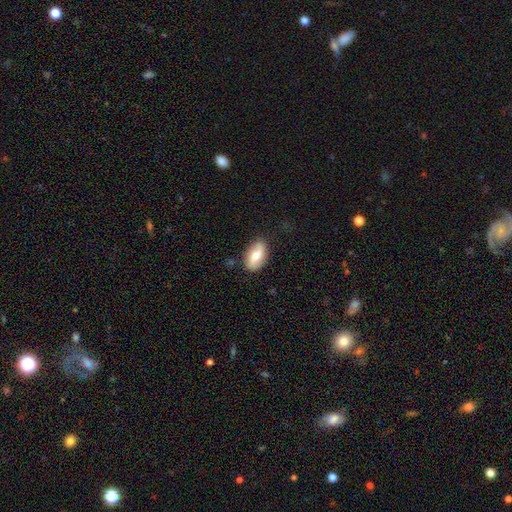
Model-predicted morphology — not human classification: smooth_or_featured: smooth (p=0.54) [alt: featured or disk p=0.39]
how_rounded: in between (p=0.91) [alt: round p=0.06]
merging: none (p=0.81) [alt: minor disturbance p=0.14]